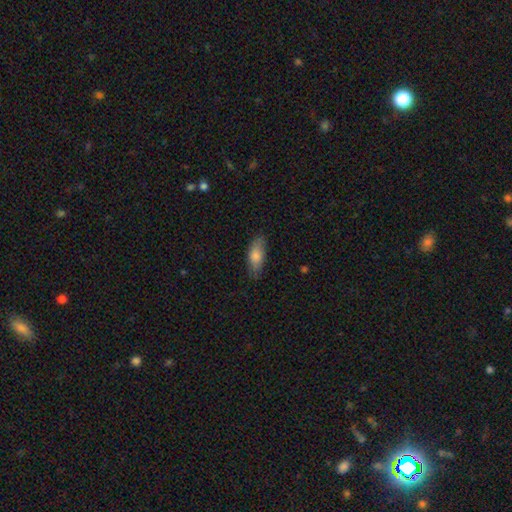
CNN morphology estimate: The model was most divided on "how rounded": in between: 74%, cigar-shaped: 23%, round: 2%. More confident: merging — none (80%); smooth or featured — smooth (78%).